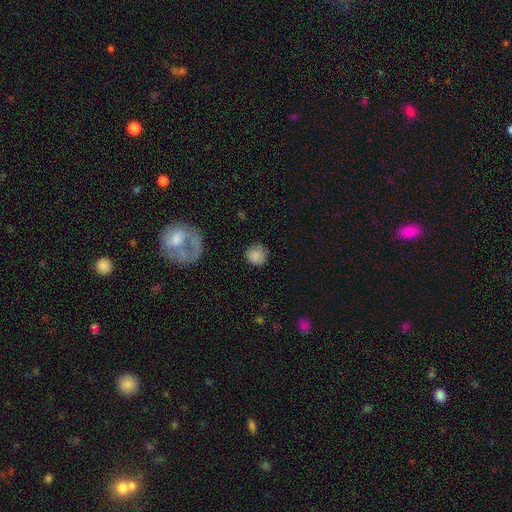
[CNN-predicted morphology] Q: Smooth or featured?
A: smooth (84%); runner-up: star or artifact (9%)
Q: How rounded?
A: round (90%); runner-up: in between (9%)
Q: Merging?
A: none (81%); runner-up: minor disturbance (12%)